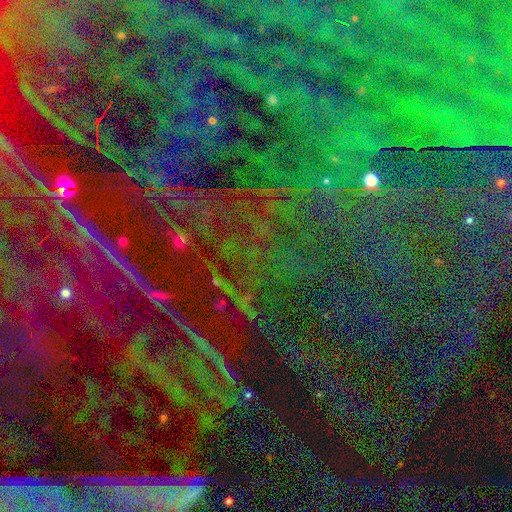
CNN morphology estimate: This appears to be a star or artifact, not a galaxy (85%).